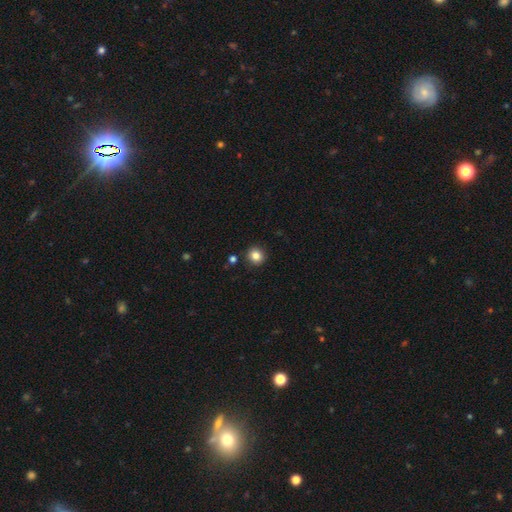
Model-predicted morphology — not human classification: Smooth or featured? Predicted: smooth (p=0.84). How rounded? Predicted: round (p=0.91). Merging? Predicted: none (p=0.91).